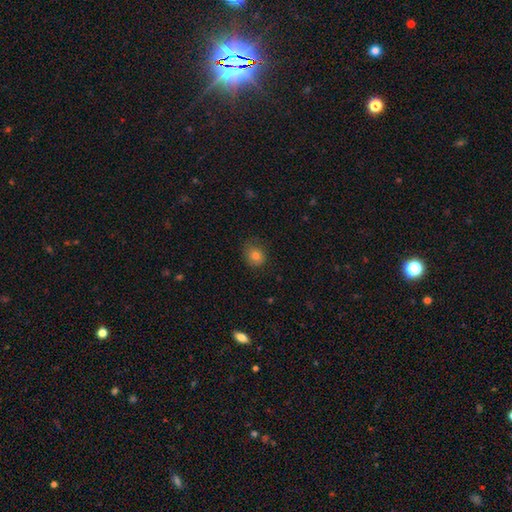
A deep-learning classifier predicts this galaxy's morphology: smooth-or-featured: smooth: 80% | star or artifact: 12% | featured or disk: 8%
  how-rounded: round: 72% | in between: 27% | cigar-shaped: 1%
  merging: none: 70% | minor disturbance: 22% | major disturbance: 6% | merger: 1%